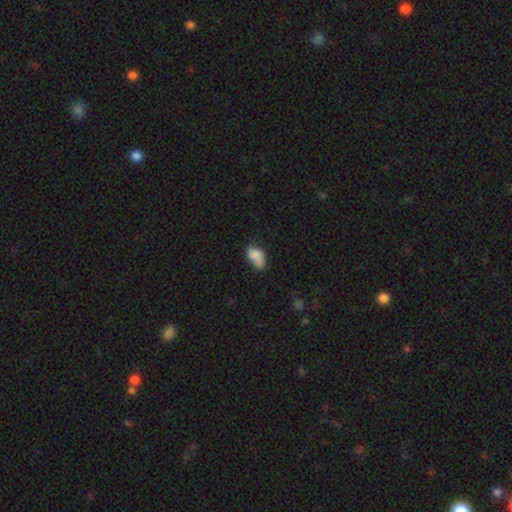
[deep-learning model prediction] A smooth galaxy with no disk features (76%) that is in between round and cigar-shaped (86%).

Vote fractions:
- Smooth or featured? smooth: 76% / featured or disk: 14% / star or artifact: 10%
- How rounded? in between: 86% / round: 12% / cigar-shaped: 2%
- Merging? none: 37% / minor disturbance: 33% / major disturbance: 16% / merger: 14%